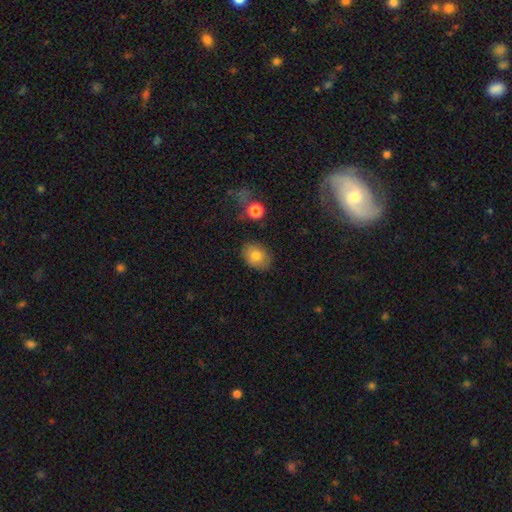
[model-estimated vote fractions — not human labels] Morphology: type=smooth (79%); roundness=in between (69%); merging=none (80%).